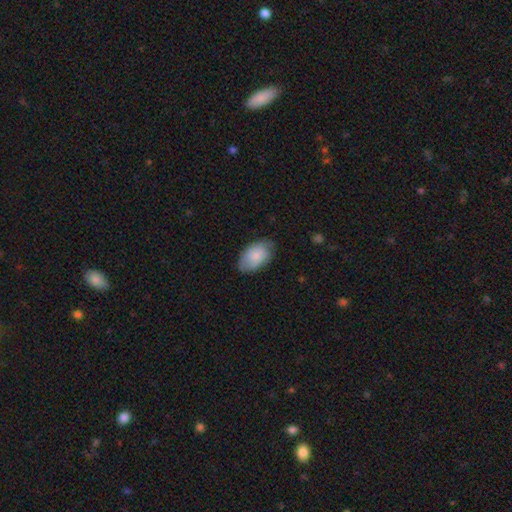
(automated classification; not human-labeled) Overall: smooth (77%). How rounded: in between (93%). Merging: none (69%).